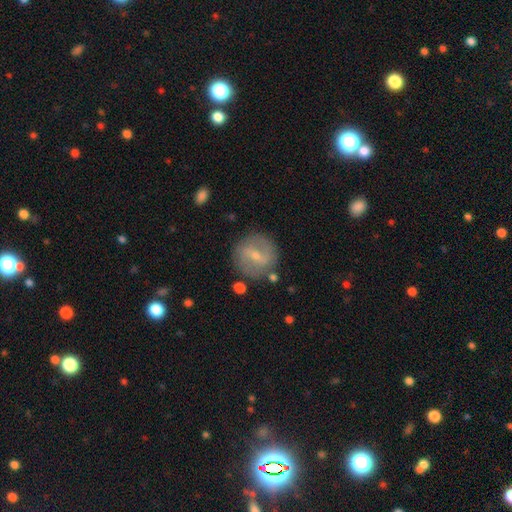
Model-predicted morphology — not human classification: A featured or disk galaxy (59%) with a weak bar (49%), spiral arms (69%) and a small central bulge (64%). Merging: none (81%).